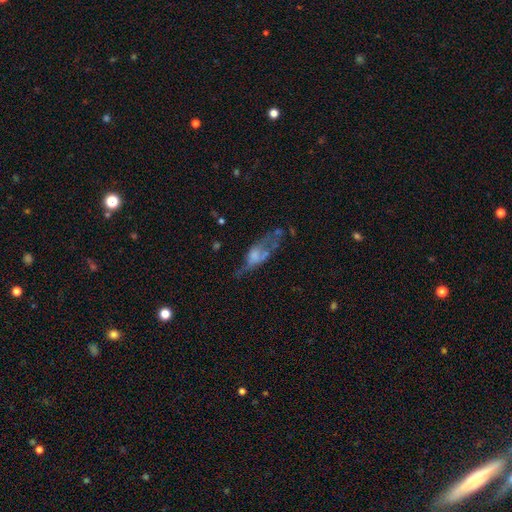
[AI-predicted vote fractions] smooth-or-featured: featured or disk: 53% | smooth: 37% | star or artifact: 10%
  disk-edge-on: no: 72% | yes: 28%
  merging: major disturbance: 35% | none: 30% | minor disturbance: 24% | merger: 12%